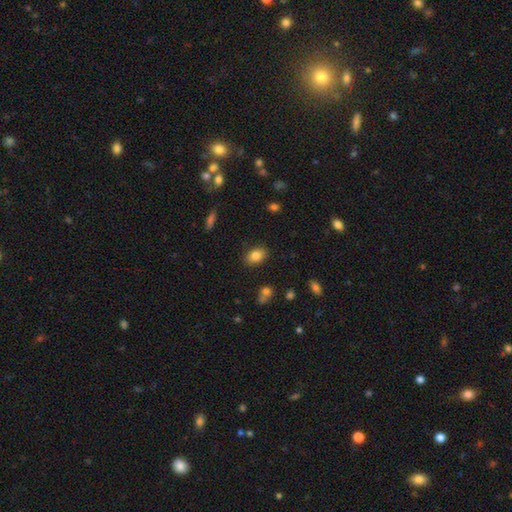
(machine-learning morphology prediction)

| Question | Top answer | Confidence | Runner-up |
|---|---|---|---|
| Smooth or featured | smooth | 82% | featured or disk (9%) |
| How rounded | in between | 84% | round (14%) |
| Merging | none | 86% | minor disturbance (10%) |